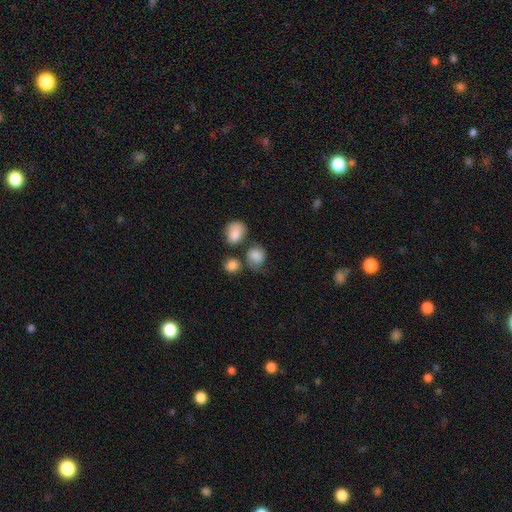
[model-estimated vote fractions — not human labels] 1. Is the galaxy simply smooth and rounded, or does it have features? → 72% smooth, 19% featured or disk, 9% star or artifact.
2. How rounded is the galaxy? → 60% round, 39% in between, 1% cigar-shaped.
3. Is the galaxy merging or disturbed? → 51% none, 21% minor disturbance, 19% merger, 9% major disturbance.